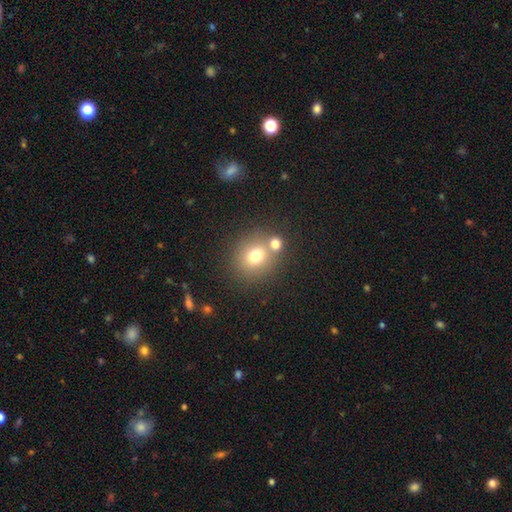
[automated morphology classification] smooth_or_featured: smooth (p=0.74) [alt: featured or disk p=0.13]
how_rounded: round (p=0.77) [alt: in between p=0.22]
merging: none (p=0.60) [alt: merger p=0.27]